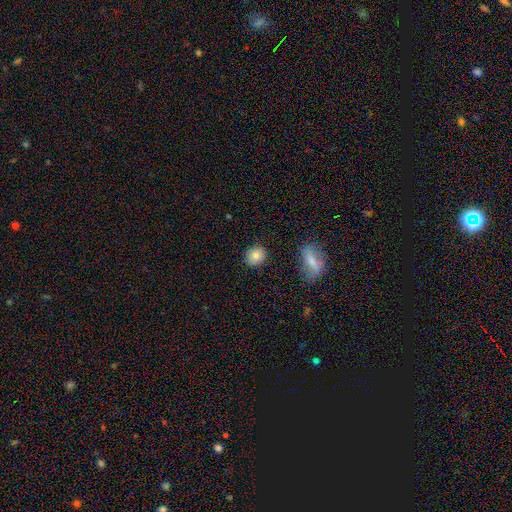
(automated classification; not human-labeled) Overall: smooth (83%). How rounded: round (72%). Merging: none (86%).